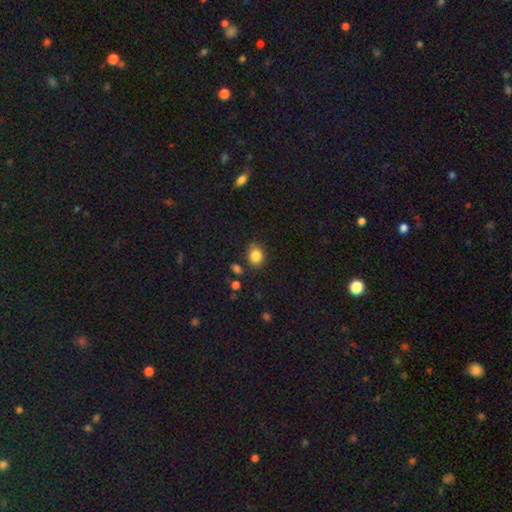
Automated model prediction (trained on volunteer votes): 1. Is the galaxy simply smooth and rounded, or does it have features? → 85% smooth, 10% star or artifact, 6% featured or disk.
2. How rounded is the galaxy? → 55% round, 44% in between, 1% cigar-shaped.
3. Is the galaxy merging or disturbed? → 80% none, 13% minor disturbance, 4% merger, 3% major disturbance.